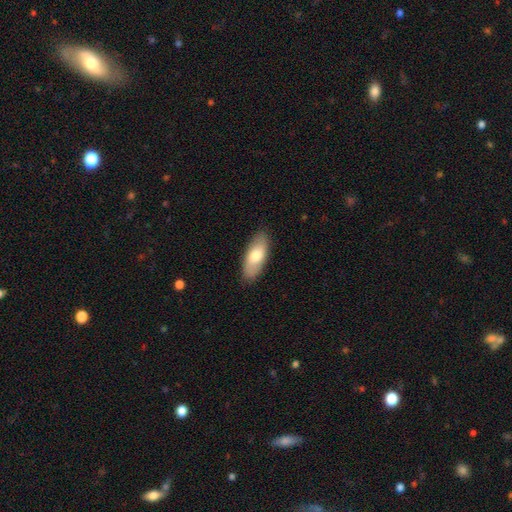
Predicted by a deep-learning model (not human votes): This appears to be a smooth galaxy with no disk features (72%) that is in between round and cigar-shaped (82%). Merging: none (87%).